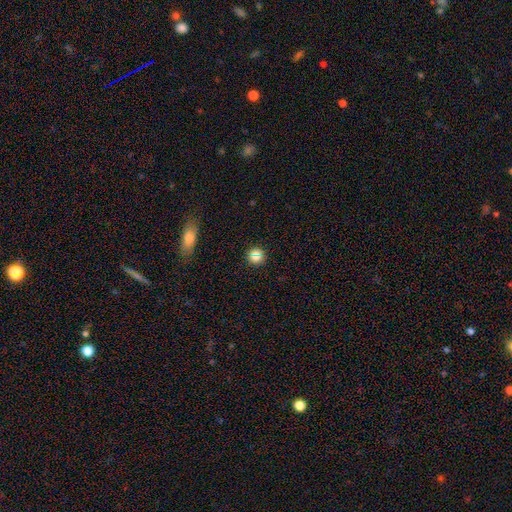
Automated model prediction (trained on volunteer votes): The model was most divided on "smooth or featured": smooth: 71%, star or artifact: 21%, featured or disk: 9%. More confident: how rounded — round (90%); merging — none (84%).